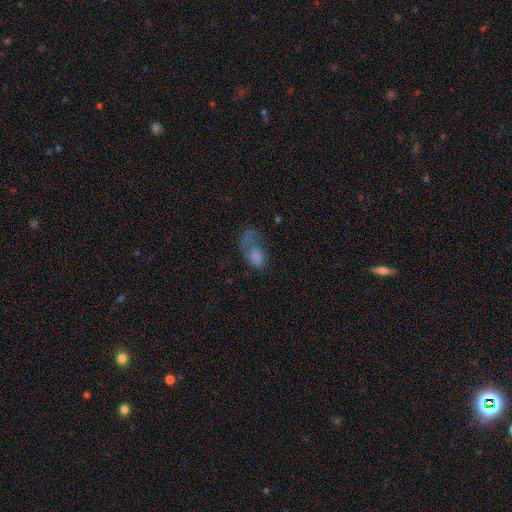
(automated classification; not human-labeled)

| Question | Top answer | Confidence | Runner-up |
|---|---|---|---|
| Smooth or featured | smooth | 60% | featured or disk (27%) |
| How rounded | in between | 87% | round (11%) |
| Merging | major disturbance | 55% | none (18%) |